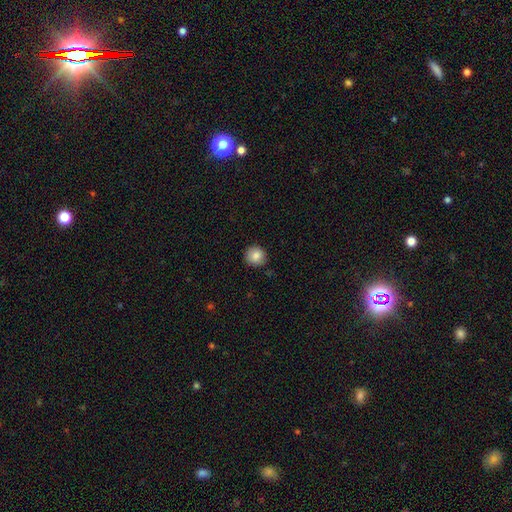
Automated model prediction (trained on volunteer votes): Q: Smooth or featured?
A: smooth (85%); runner-up: star or artifact (9%)
Q: How rounded?
A: round (92%); runner-up: in between (7%)
Q: Merging?
A: none (88%); runner-up: minor disturbance (9%)